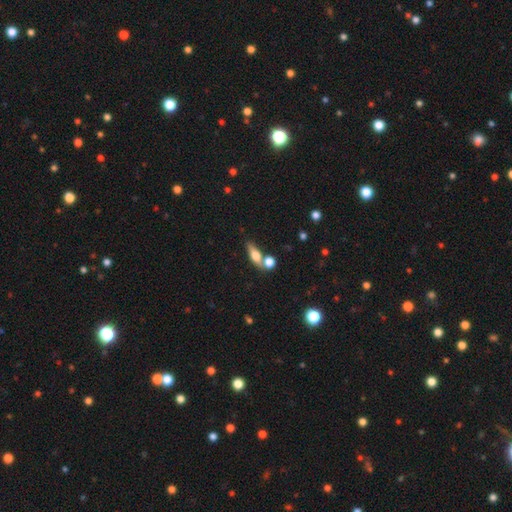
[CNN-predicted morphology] smooth-or-featured: smooth: 57% | featured or disk: 33% | star or artifact: 9%
  how-rounded: in between: 49% | cigar-shaped: 42% | round: 9%
  merging: none: 58% | merger: 25% | minor disturbance: 12% | major disturbance: 5%